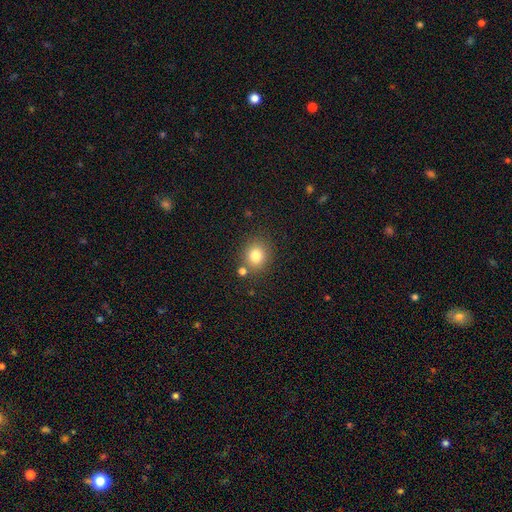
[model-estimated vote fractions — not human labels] Morphology: type=smooth (80%); roundness=round (81%); merging=none (77%).